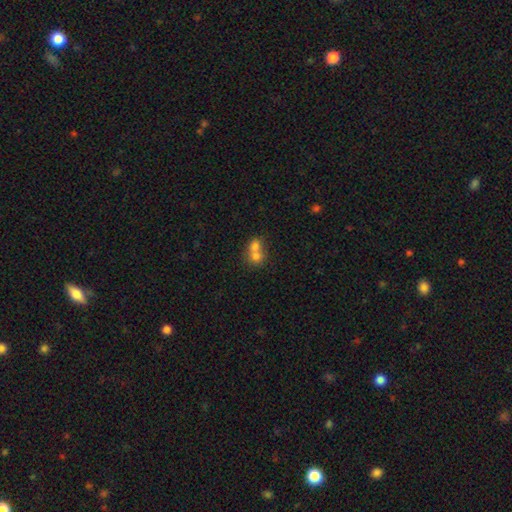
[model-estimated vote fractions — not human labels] Smooth or featured? Predicted: smooth (p=0.71). How rounded? Predicted: round (p=0.64). Merging? Predicted: merger (p=0.70).